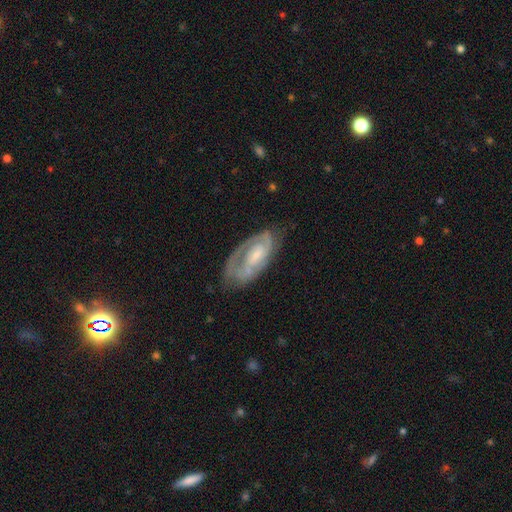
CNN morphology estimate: Overall: featured or disk (80%). Edge-on disk: no (95%). Bar: no (49%; weak 39%). Spiral arms: yes (91%). Spiral arm count: 2 (53%; 1 23%). Spiral winding: tight (51%; medium 38%). Bulge size: small (54%; moderate 30%). Merging: none (59%; minor disturbance 24%).